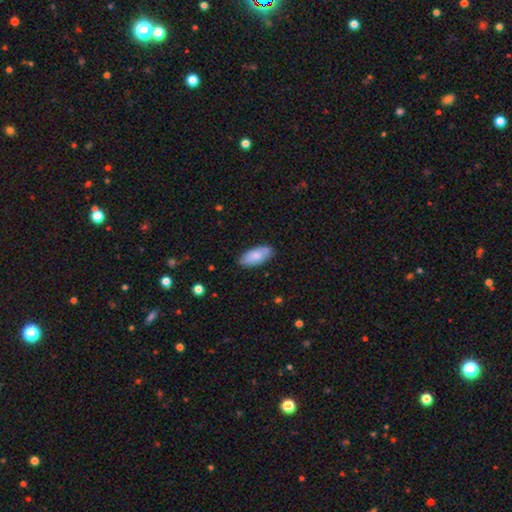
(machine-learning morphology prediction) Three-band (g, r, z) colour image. It shows a smooth galaxy with no disk features (79%) that is in between round and cigar-shaped (89%). Merging: none (79%).